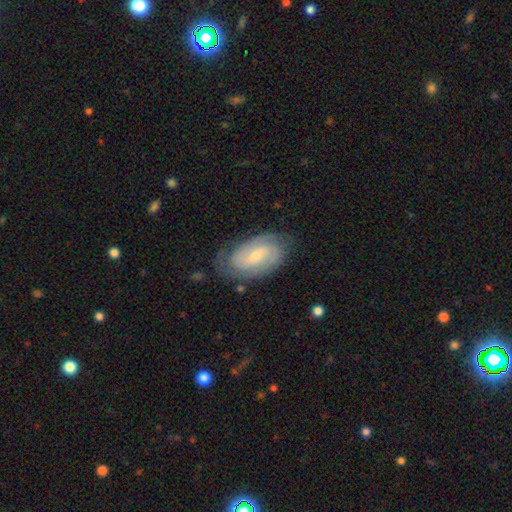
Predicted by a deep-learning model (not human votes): Smooth or featured: featured or disk — 75% (smooth — 19%)
Edge-on disk: no — 96% (yes — 4%)
Bar: weak — 48% (no — 34%)
Spiral arms: yes — 91% (no — 9%)
Spiral winding: tight — 48% (medium — 38%)
Spiral arm count: 2 — 64% (can't tell — 21%)
Bulge size: small — 65% (moderate — 31%)
Merging: none — 72% (minor disturbance — 20%)